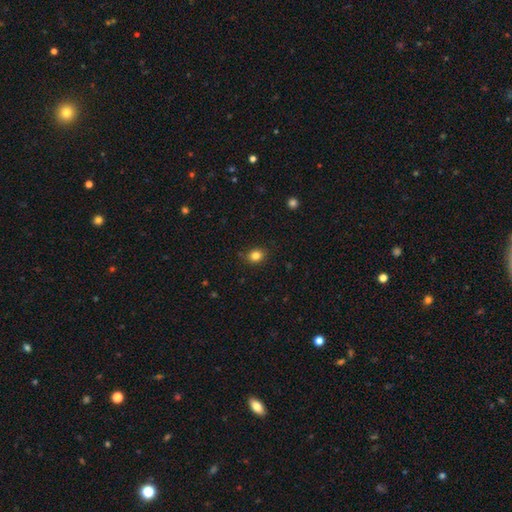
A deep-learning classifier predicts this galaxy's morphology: smooth 83%, star or artifact 12%, featured or disk 6%. Down the decision tree: how rounded — round (58%); merging — none (87%).